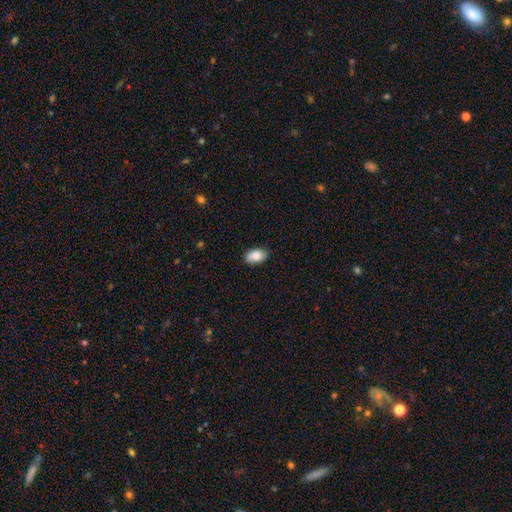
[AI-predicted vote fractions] smooth_or_featured: smooth (p=0.86) [alt: featured or disk p=0.07]
how_rounded: in between (p=0.91) [alt: round p=0.08]
merging: none (p=0.86) [alt: minor disturbance p=0.11]